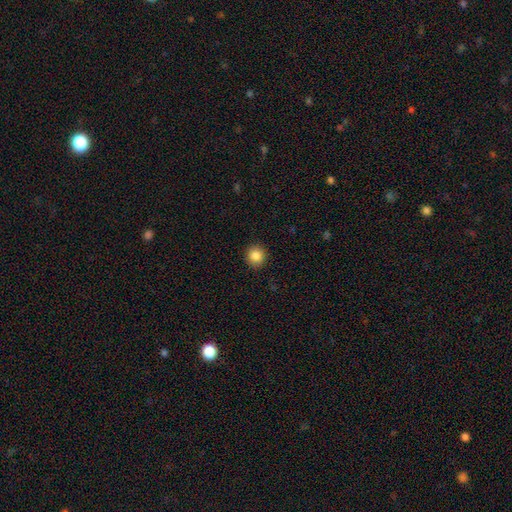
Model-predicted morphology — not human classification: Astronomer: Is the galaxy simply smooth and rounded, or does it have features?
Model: smooth — 85%.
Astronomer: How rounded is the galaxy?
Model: round — 92%.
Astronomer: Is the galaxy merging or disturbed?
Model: none — 92%.